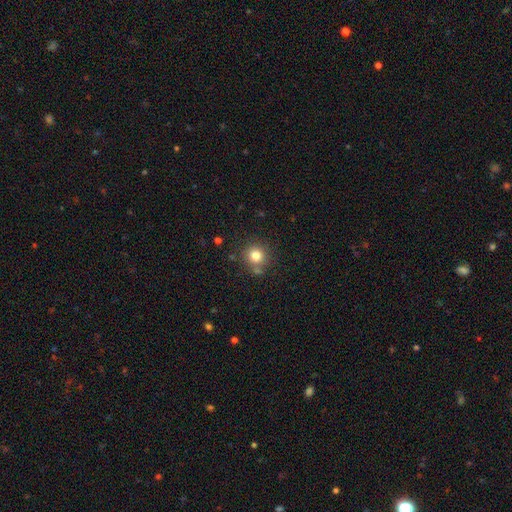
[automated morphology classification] A smooth galaxy with no disk features (80%) that is round (90%). Merging: none (74%).